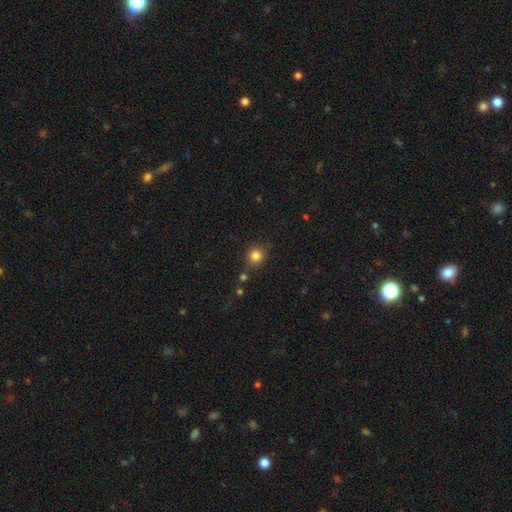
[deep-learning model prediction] smooth_or_featured: smooth (p=0.82) [alt: star or artifact p=0.12]
how_rounded: round (p=0.90) [alt: in between p=0.09]
merging: none (p=0.78) [alt: minor disturbance p=0.11]